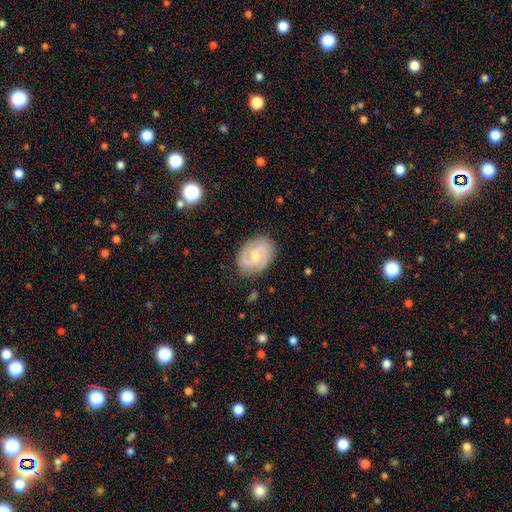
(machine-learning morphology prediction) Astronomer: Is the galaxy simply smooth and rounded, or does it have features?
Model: featured or disk — 76%.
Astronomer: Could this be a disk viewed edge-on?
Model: no — 97%.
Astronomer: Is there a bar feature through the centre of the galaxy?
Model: no — 47% (runner-up: weak, 45%).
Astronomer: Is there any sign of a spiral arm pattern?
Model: yes — 93%.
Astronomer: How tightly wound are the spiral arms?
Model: medium — 45% (runner-up: tight, 43%).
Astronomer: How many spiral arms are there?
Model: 2 — 83%.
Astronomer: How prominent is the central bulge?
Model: moderate — 60%.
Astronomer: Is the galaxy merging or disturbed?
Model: none — 82%.